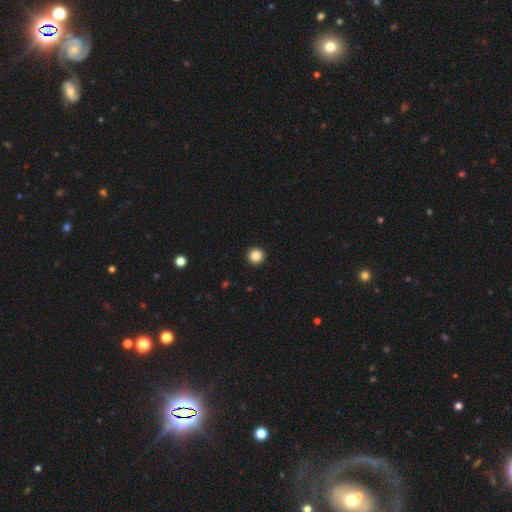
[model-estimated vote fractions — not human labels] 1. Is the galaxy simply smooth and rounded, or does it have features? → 86% smooth, 11% star or artifact, 4% featured or disk.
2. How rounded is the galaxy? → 96% round, 3% in between, 1% cigar-shaped.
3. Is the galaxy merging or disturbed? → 94% none, 3% minor disturbance, 1% major disturbance, 1% merger.